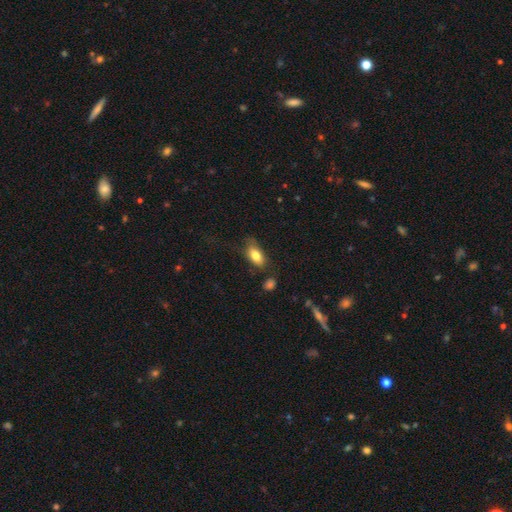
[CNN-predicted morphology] Smooth or featured? Predicted: smooth (p=0.79). How rounded? Predicted: in between (p=0.88). Merging? Predicted: none (p=0.63).